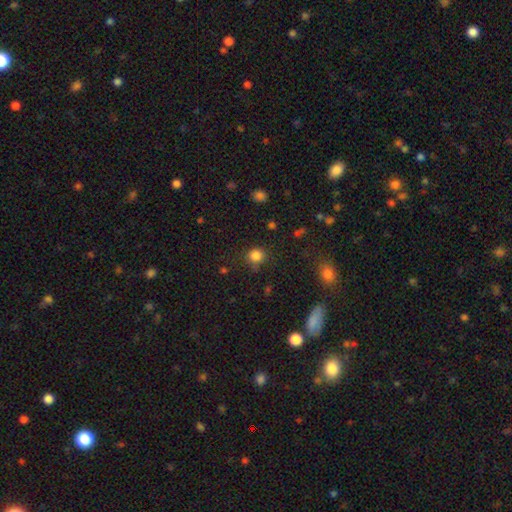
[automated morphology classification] A smooth galaxy with no disk features (83%) that is round (88%). Merging: none (78%).